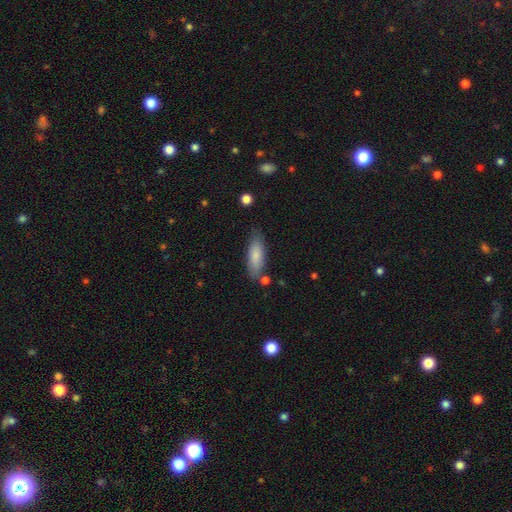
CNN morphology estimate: smooth-or-featured: smooth: 82% | featured or disk: 12% | star or artifact: 6%
  how-rounded: in between: 64% | cigar-shaped: 34% | round: 2%
  merging: none: 76% | minor disturbance: 16% | merger: 5% | major disturbance: 3%